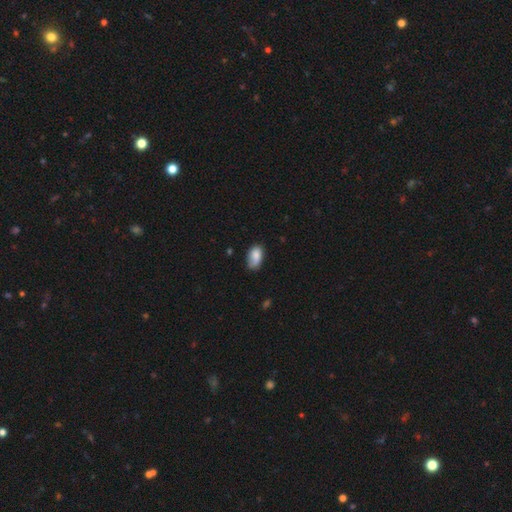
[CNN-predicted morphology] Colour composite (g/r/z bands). It shows a smooth galaxy with no disk features (84%) that is in between round and cigar-shaped (92%). Merging: none (57%).